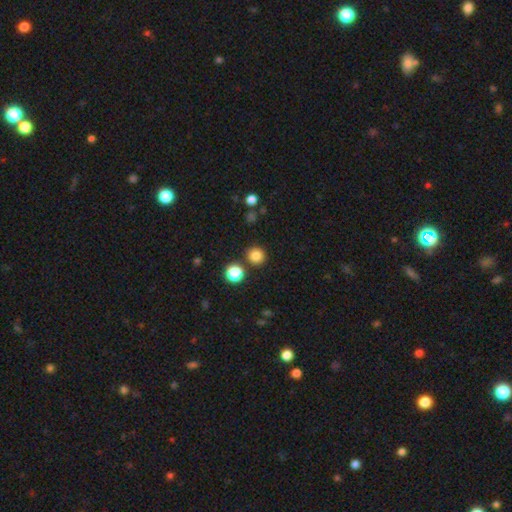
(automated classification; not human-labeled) smooth_or_featured: smooth (p=0.83) [alt: star or artifact p=0.13]
how_rounded: round (p=0.94) [alt: in between p=0.05]
merging: none (p=0.87) [alt: minor disturbance p=0.06]